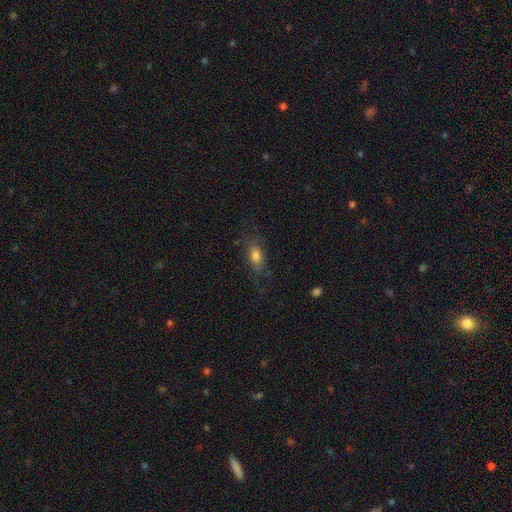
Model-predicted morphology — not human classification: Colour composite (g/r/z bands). It shows a smooth galaxy with no disk features (76%) that is in between round and cigar-shaped (81%). Merging: none (69%).